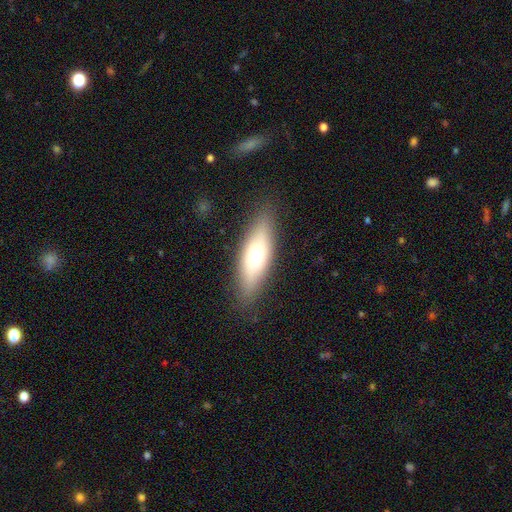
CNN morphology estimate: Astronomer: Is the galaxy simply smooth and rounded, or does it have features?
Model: smooth — 61%.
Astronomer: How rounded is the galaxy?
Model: in between — 53% (runner-up: cigar-shaped, 44%).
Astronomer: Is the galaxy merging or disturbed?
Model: none — 86%.